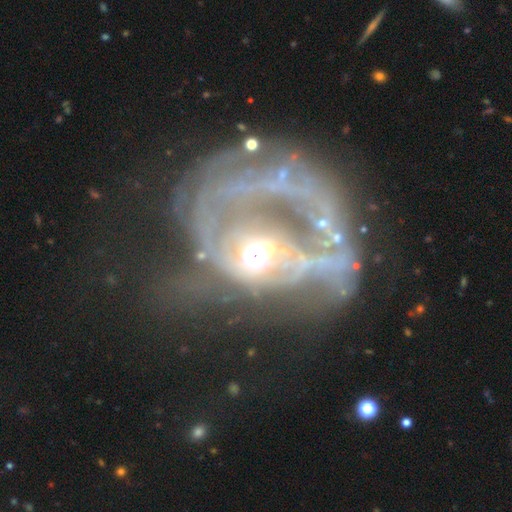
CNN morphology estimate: Overall: featured or disk (74%). Edge-on disk: no (96%). Bar: no (53%; weak 24%). Spiral arms: yes (67%; no 33%). Bulge size: moderate (52%; small 18%). Merging: major disturbance (36%; merger 33%).